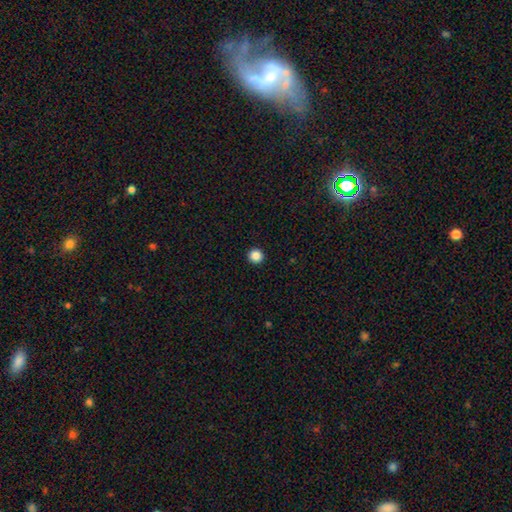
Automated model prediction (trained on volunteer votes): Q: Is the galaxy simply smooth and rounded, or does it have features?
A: smooth — 87%.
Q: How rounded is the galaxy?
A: round — 95%.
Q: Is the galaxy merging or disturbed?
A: none — 94%.